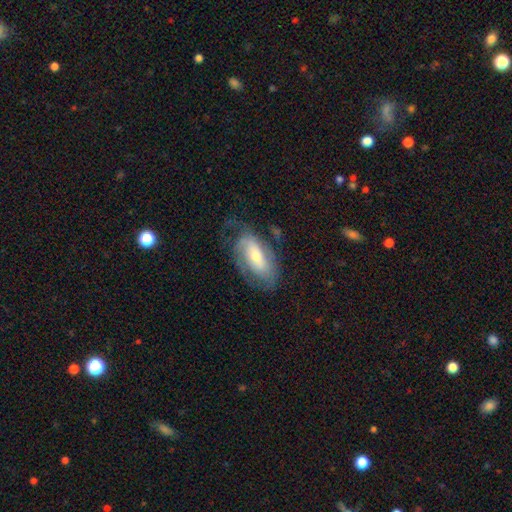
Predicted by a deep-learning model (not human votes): Overall: featured or disk (61%; smooth 32%). Edge-on disk: no (90%). Bar: no (48%; weak 31%). Spiral arms: yes (76%). Bulge size: small (46%; moderate 45%). Merging: none (55%; minor disturbance 25%).